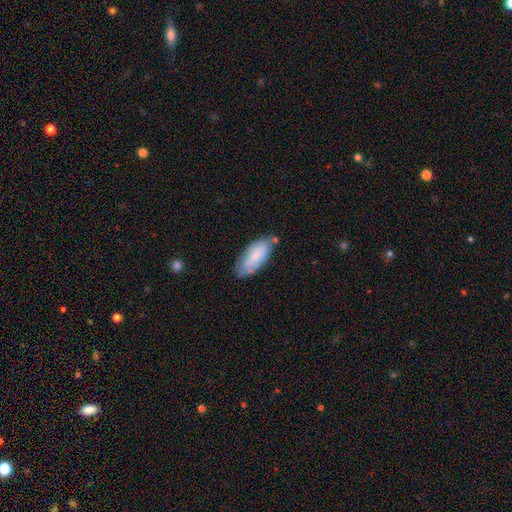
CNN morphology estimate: type=smooth (74%); roundness=in between (81%); merging=none (67%).